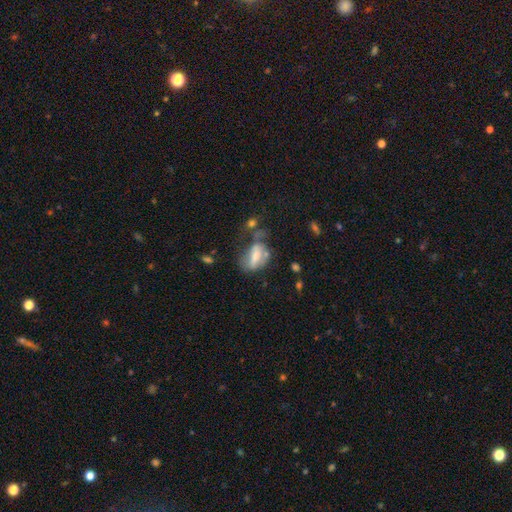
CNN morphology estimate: This is possibly a smooth galaxy (53%). How rounded: clearly in between (83%). Merging: marginally major disturbance (32%).